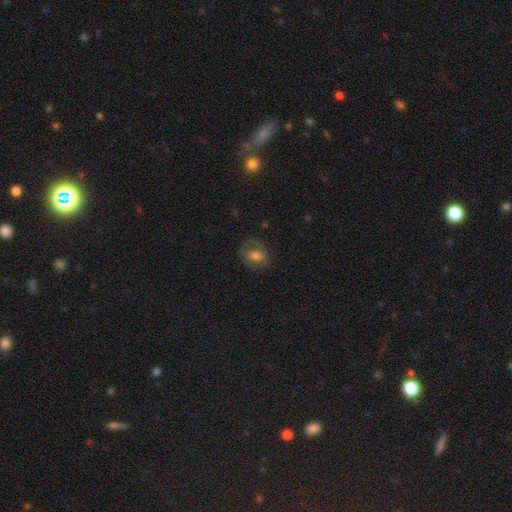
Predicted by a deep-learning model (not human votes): Q: Smooth or featured?
A: smooth (56%); runner-up: featured or disk (34%)
Q: How rounded?
A: in between (59%); runner-up: round (39%)
Q: Merging?
A: none (66%); runner-up: minor disturbance (20%)